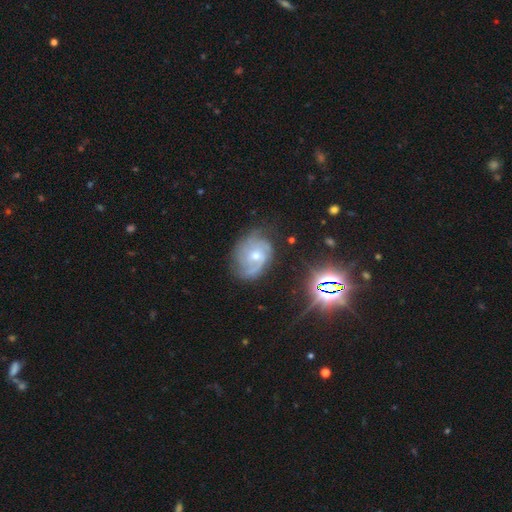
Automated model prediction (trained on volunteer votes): This is likely a featured or disk galaxy (76%). It is clearly not viewed edge-on (97%). Bar: likely no (65%). Spiral arm pattern: clearly yes (91%). Spiral arm count: marginally can't tell (30%). Spiral winding: possibly tight (45%). Central bulge: likely moderate (60%). Merging: likely none (61%).